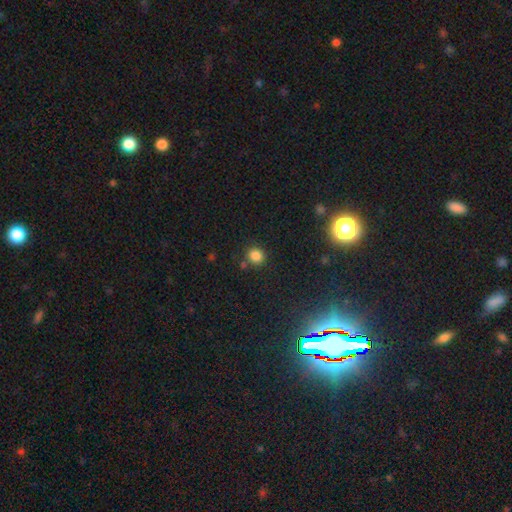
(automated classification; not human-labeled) This is clearly a smooth galaxy (83%). How rounded: clearly round (87%). Merging: clearly none (82%).